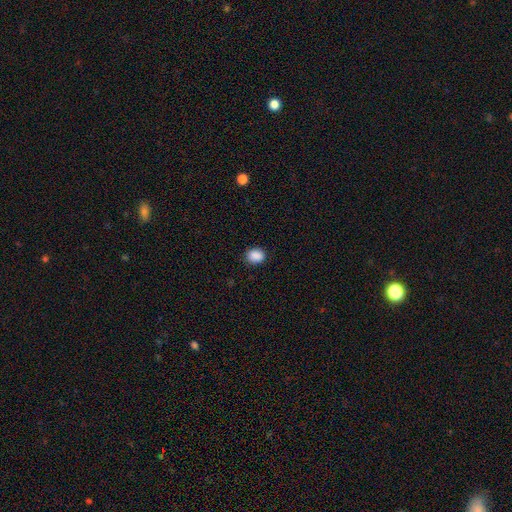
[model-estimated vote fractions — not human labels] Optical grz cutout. It shows a smooth galaxy with no disk features (89%) that is round (52%). Merging: none (87%).